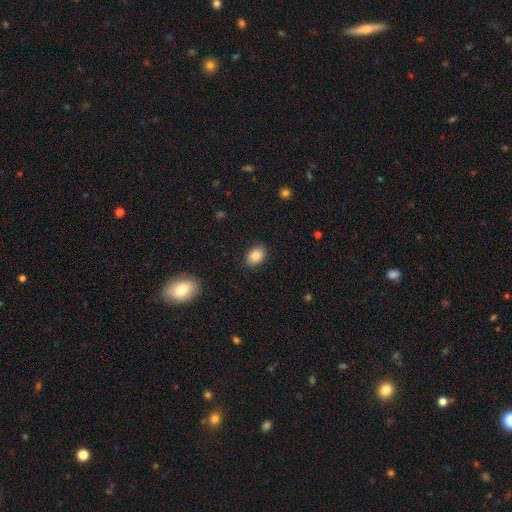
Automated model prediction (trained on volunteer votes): Smooth or featured: smooth — 87% (star or artifact — 8%)
How rounded: in between — 79% (round — 20%)
Merging: none — 87% (minor disturbance — 9%)